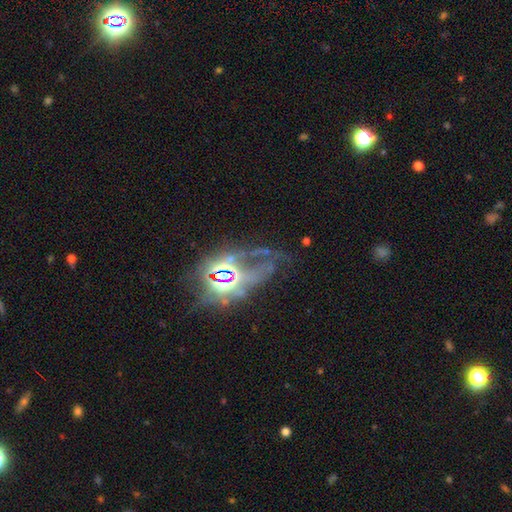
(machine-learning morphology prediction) This appears to be a featured or disk galaxy (43%). Merging: major disturbance (40%).